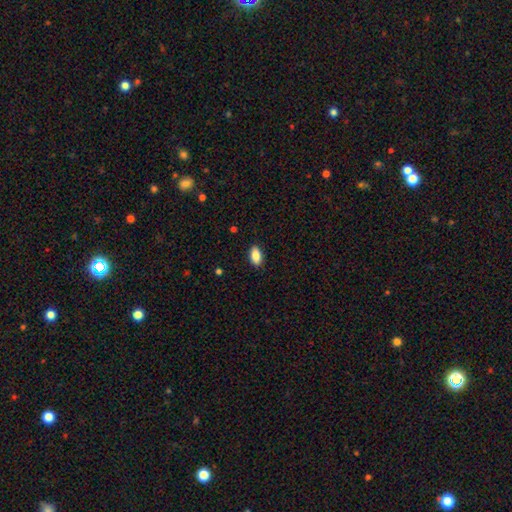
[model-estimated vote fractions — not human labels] Smooth or featured?
  - smooth: 88% *
  - star or artifact: 7%
  - featured or disk: 5%
How rounded?
  - in between: 92% *
  - cigar-shaped: 5%
  - round: 4%
Merging?
  - none: 88% *
  - minor disturbance: 9%
  - major disturbance: 2%
  - merger: 1%